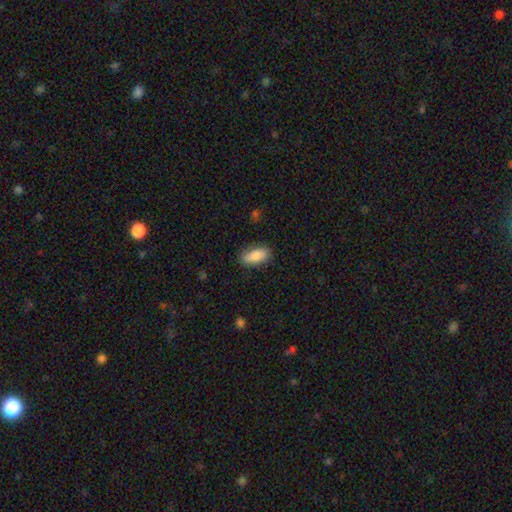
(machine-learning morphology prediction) This appears to be a smooth galaxy with no disk features (83%) that is in between round and cigar-shaped (87%). Merging: none (80%).